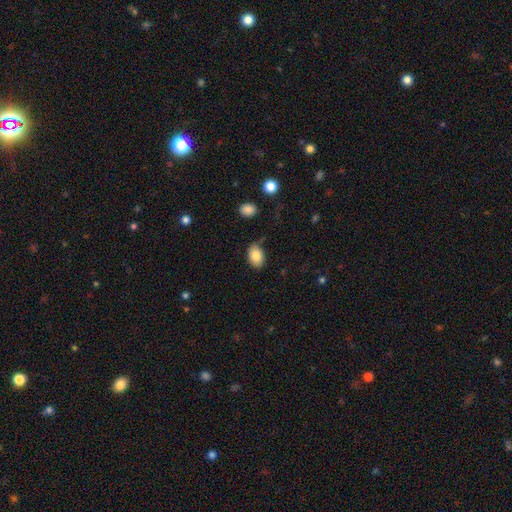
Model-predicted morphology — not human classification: This is clearly a smooth galaxy (83%). How rounded: clearly in between (81%). Merging: likely none (75%).